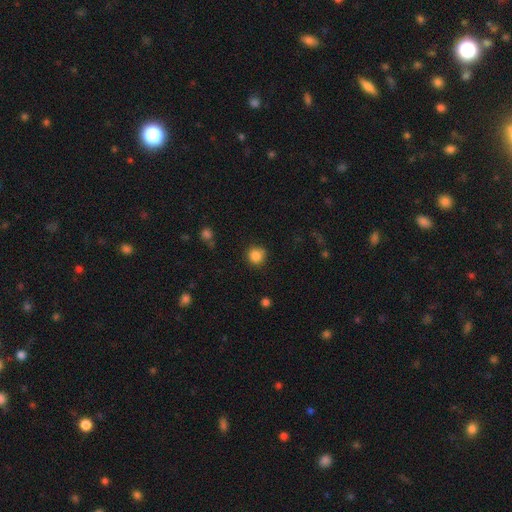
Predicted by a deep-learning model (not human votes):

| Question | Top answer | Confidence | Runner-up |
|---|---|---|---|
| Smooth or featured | smooth | 85% | star or artifact (11%) |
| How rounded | round | 92% | in between (7%) |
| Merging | none | 82% | minor disturbance (13%) |